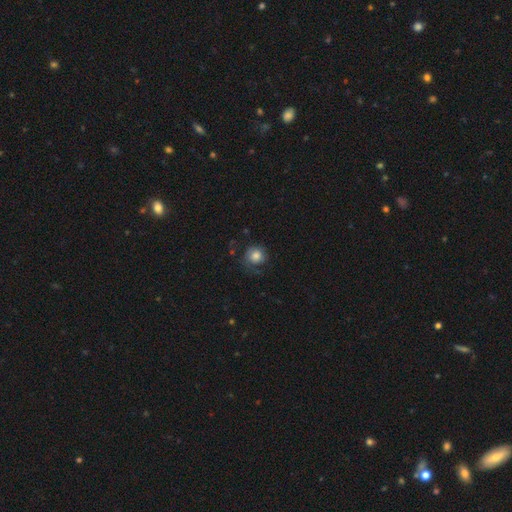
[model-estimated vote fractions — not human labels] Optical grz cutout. It shows a smooth galaxy with no disk features (77%) that is round (87%). Merging: none (62%).